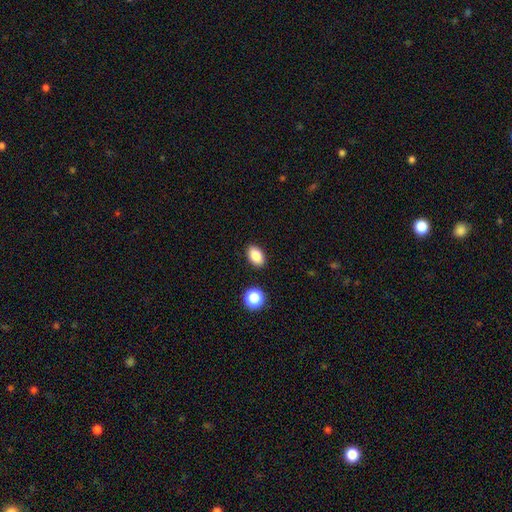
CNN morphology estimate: smooth-or-featured: smooth: 86% | star or artifact: 9% | featured or disk: 5%
  how-rounded: in between: 87% | round: 11% | cigar-shaped: 1%
  merging: none: 88% | minor disturbance: 8% | merger: 2% | major disturbance: 2%